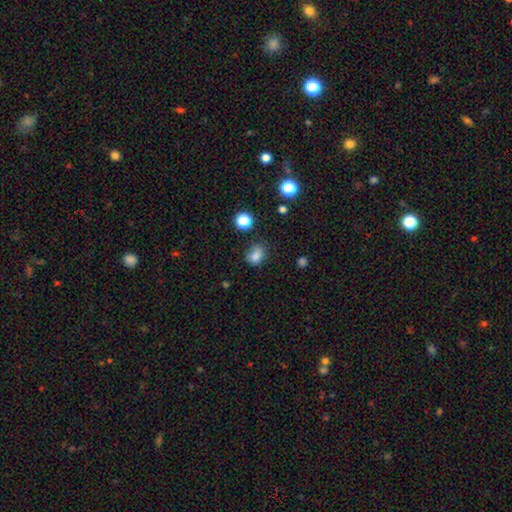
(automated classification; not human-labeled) Smooth or featured: smooth — 80% (star or artifact — 14%)
How rounded: in between — 53% (round — 45%)
Merging: none — 59% (minor disturbance — 28%)